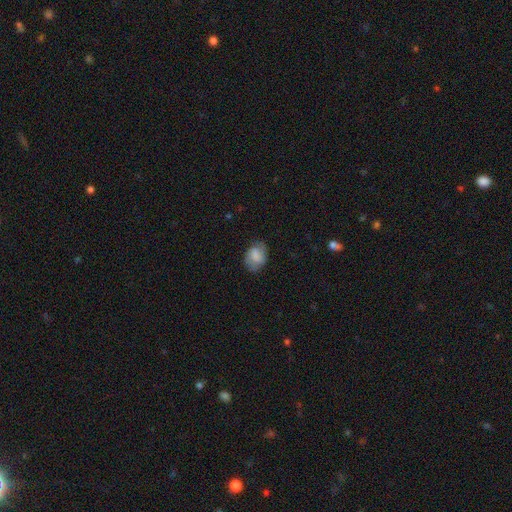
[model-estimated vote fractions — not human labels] Smooth or featured? smooth (76%)
How rounded? in between (72%)
Merging? none (69%)